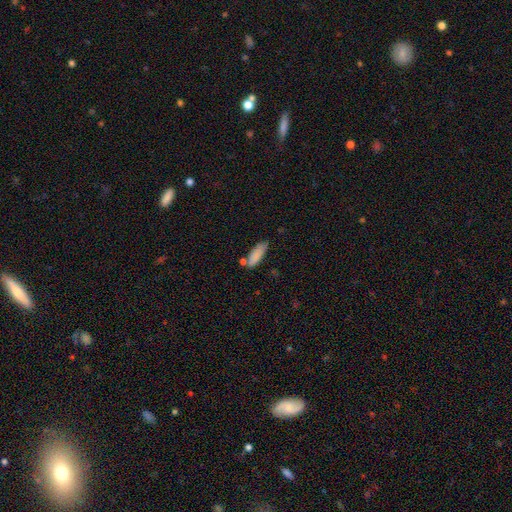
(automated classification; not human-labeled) smooth 84%, featured or disk 8%, star or artifact 8%. Down the decision tree: how rounded — in between (54%); merging — none (62%).